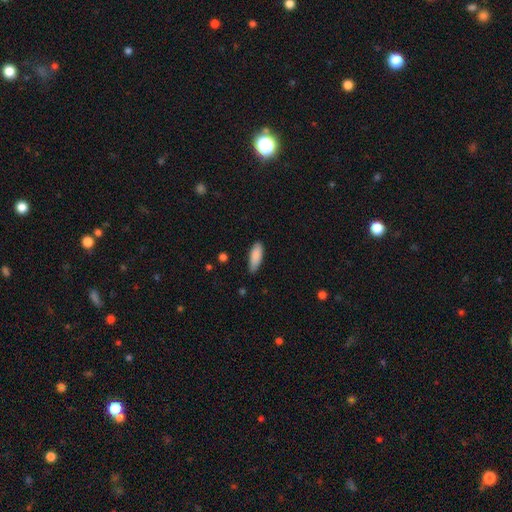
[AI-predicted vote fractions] Smooth or featured? Predicted: smooth (p=0.88). How rounded? Predicted: in between (p=0.70). Merging? Predicted: none (p=0.78).